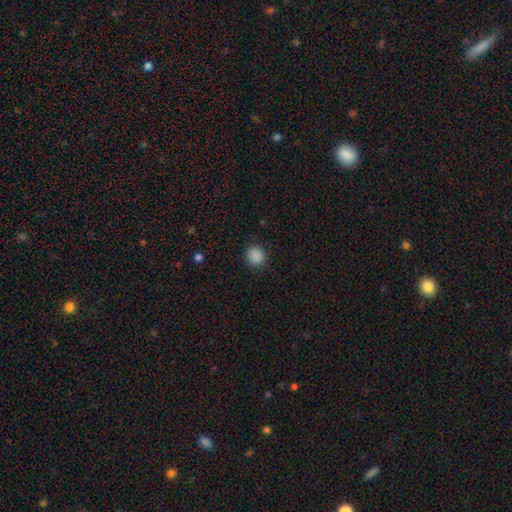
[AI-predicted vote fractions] A smooth galaxy with no disk features (88%) that is round (86%).

Vote fractions:
- Smooth or featured? smooth: 88% / star or artifact: 10% / featured or disk: 2%
- How rounded? round: 86% / in between: 13% / cigar-shaped: 1%
- Merging? none: 90% / minor disturbance: 7% / major disturbance: 2% / merger: 1%